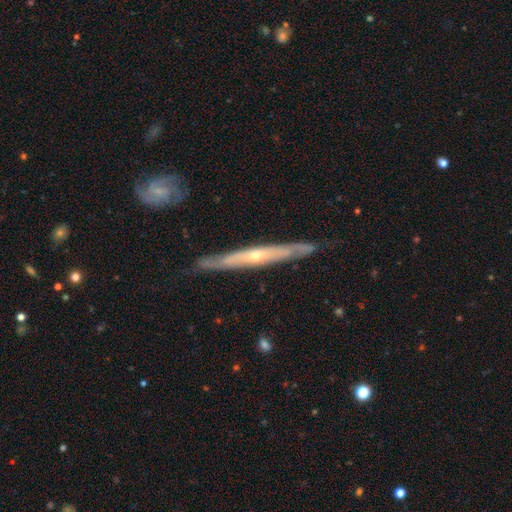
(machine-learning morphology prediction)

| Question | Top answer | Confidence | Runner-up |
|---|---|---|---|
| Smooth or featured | featured or disk | 75% | smooth (19%) |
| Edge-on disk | yes | 89% | no (11%) |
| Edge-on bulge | rounded | 63% | none (35%) |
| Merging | none | 81% | minor disturbance (15%) |